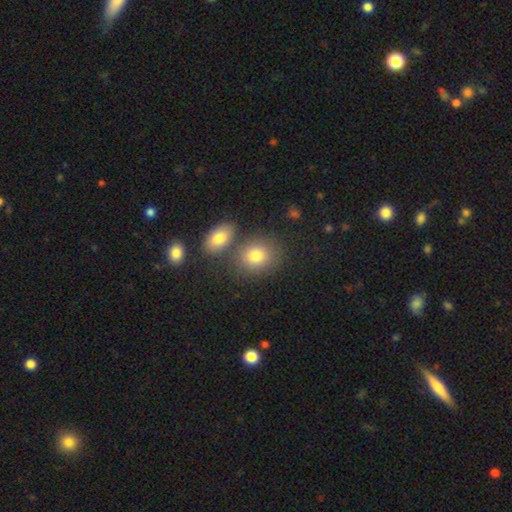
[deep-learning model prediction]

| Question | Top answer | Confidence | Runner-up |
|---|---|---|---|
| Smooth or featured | smooth | 79% | featured or disk (10%) |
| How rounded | round | 51% | in between (48%) |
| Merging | none | 67% | merger (18%) |